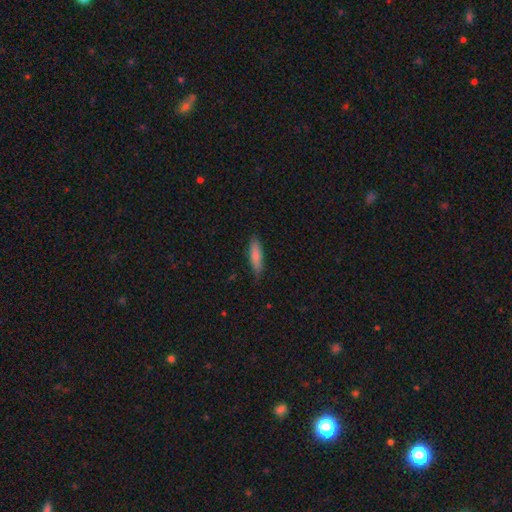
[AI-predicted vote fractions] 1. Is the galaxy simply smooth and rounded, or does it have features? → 81% smooth, 13% featured or disk, 6% star or artifact.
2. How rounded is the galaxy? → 60% cigar-shaped, 38% in between, 2% round.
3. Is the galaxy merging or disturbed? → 80% none, 16% minor disturbance, 3% major disturbance, 1% merger.